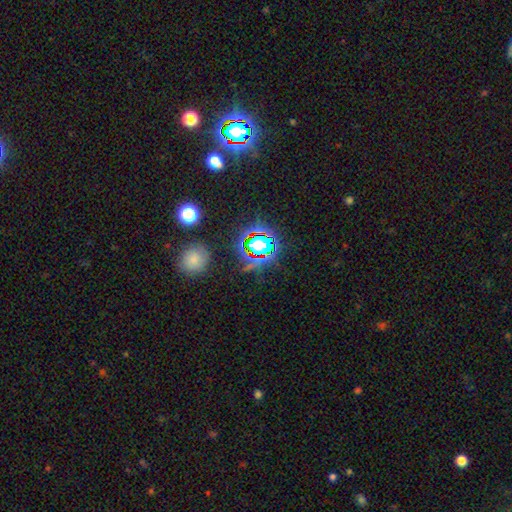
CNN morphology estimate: This is likely a star or artifact rather than a galaxy (73%).